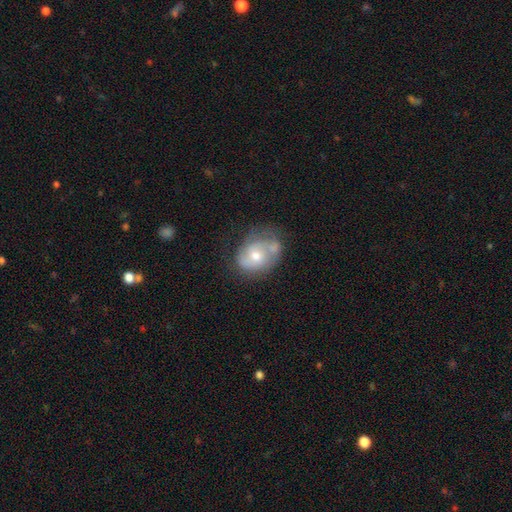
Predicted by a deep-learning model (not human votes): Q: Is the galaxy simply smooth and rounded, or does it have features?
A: featured or disk — 54%.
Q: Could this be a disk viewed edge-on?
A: no — 97%.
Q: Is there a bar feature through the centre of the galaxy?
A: no — 72%.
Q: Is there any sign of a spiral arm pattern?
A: yes — 65%.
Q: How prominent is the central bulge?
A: moderate — 67%.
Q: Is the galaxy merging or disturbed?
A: none — 43%.